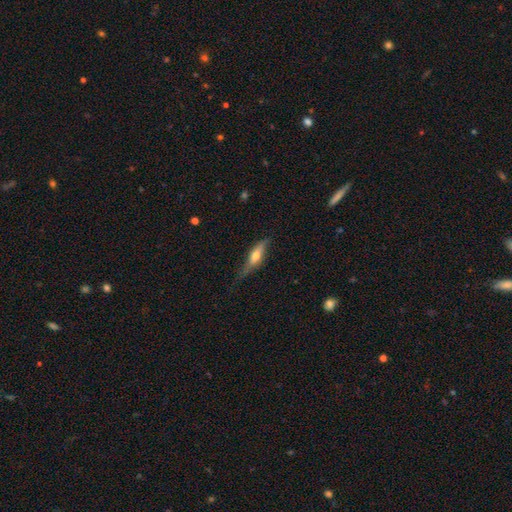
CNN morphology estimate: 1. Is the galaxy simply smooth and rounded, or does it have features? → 48% featured or disk, 45% smooth, 6% star or artifact.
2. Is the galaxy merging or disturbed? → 62% none, 28% minor disturbance, 8% major disturbance, 2% merger.